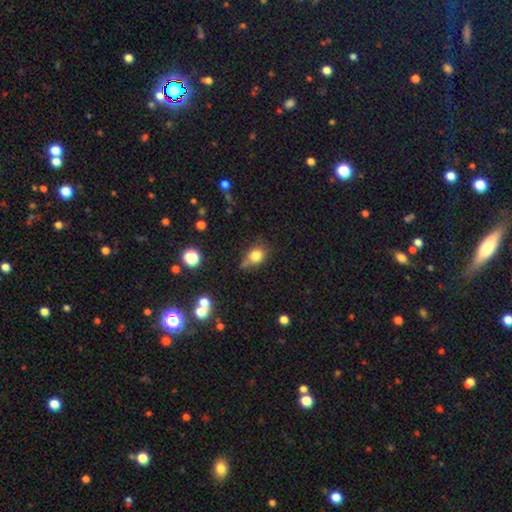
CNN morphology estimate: Smooth or featured?
  - smooth: 78% *
  - star or artifact: 12%
  - featured or disk: 10%
How rounded?
  - round: 56% *
  - in between: 42%
  - cigar-shaped: 2%
Merging?
  - none: 51% *
  - minor disturbance: 30%
  - major disturbance: 9%
  - merger: 9%